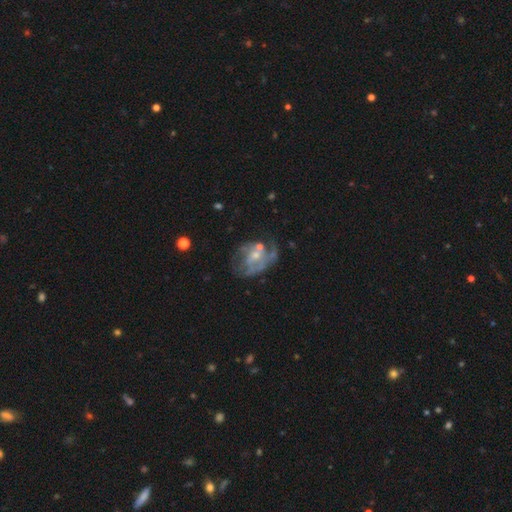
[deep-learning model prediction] This is likely a featured or disk galaxy (73%). It is clearly not viewed edge-on (98%). Bar: likely no (68%). Spiral arm pattern: possibly yes (59%). Central bulge: possibly small (49%). Merging: marginally none (38%).